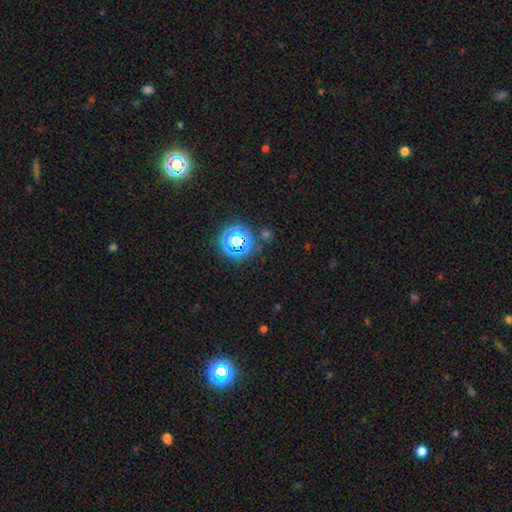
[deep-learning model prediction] Morphology: type=star or artifact (52%).